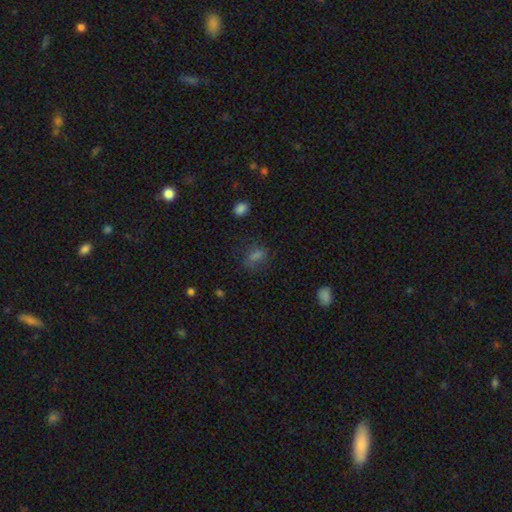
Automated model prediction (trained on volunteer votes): A smooth galaxy with no disk features (59%) that is in between round and cigar-shaped (68%). Merging: none (63%).